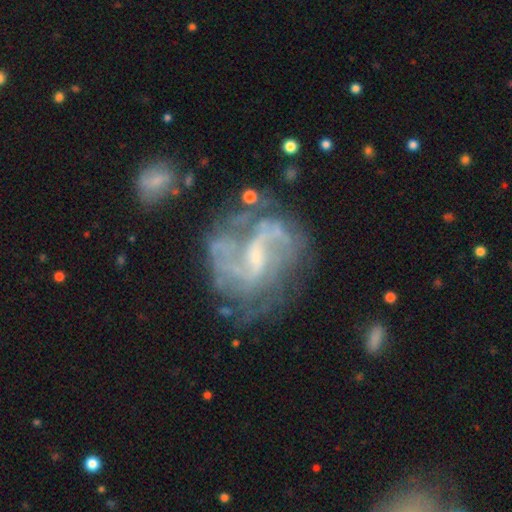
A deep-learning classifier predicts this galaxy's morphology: The model was most divided on "spiral winding": medium: 43%, loose: 41%, tight: 17%. More confident: edge-on disk — no (98%); spiral arms — yes (89%); smooth or featured — featured or disk (85%); bar — weak (57%); spiral arm count — 2 (56%); merging — none (54%); bulge size — small (52%).